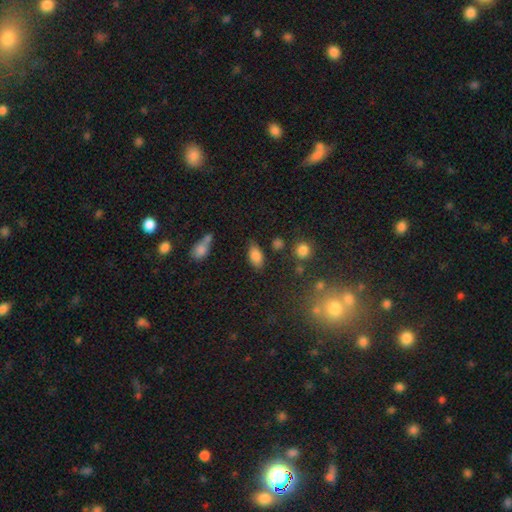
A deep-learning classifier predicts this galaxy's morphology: A smooth galaxy with no disk features (84%) that is in between round and cigar-shaped (92%).

Vote fractions:
- Smooth or featured? smooth: 84% / star or artifact: 9% / featured or disk: 7%
- How rounded? in between: 92% / cigar-shaped: 4% / round: 4%
- Merging? none: 72% / minor disturbance: 18% / merger: 6% / major disturbance: 5%